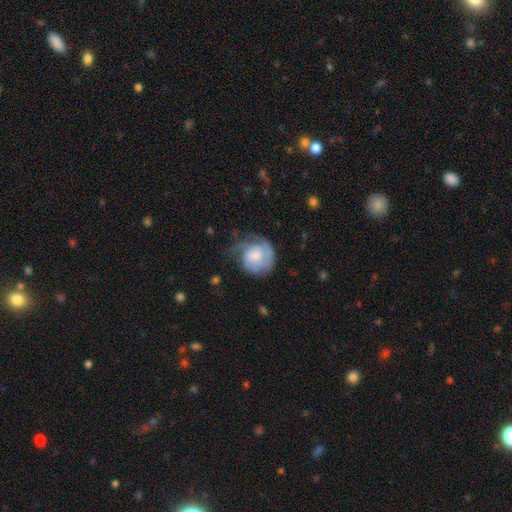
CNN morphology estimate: Smooth or featured? Predicted: featured or disk (p=0.65). Edge-on disk? Predicted: no (p=0.98). Bar? Predicted: no (p=0.57). Spiral arms? Predicted: yes (p=0.90). Spiral winding? Predicted: tight (p=0.47). Spiral arm count? Predicted: 2 (p=0.30). Bulge size? Predicted: moderate (p=0.36). Merging? Predicted: none (p=0.49).